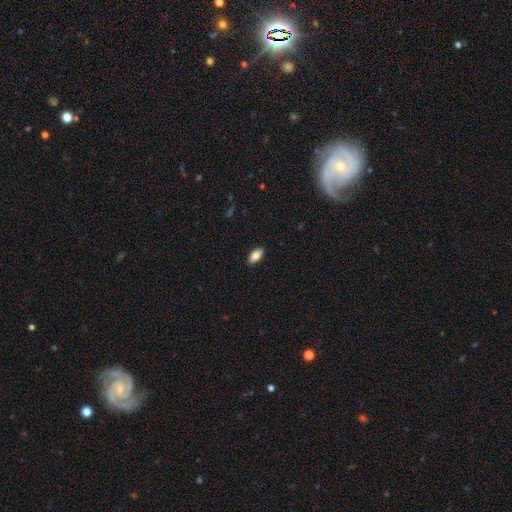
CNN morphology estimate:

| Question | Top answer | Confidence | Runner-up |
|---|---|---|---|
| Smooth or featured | smooth | 84% | featured or disk (9%) |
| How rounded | in between | 91% | cigar-shaped (6%) |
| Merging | none | 89% | minor disturbance (8%) |